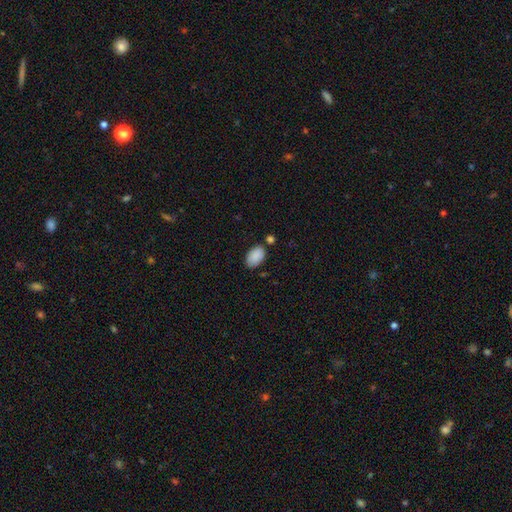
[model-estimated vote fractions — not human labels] smooth_or_featured: smooth (p=0.90) [alt: star or artifact p=0.07]
how_rounded: in between (p=0.93) [alt: round p=0.05]
merging: none (p=0.75) [alt: minor disturbance p=0.15]